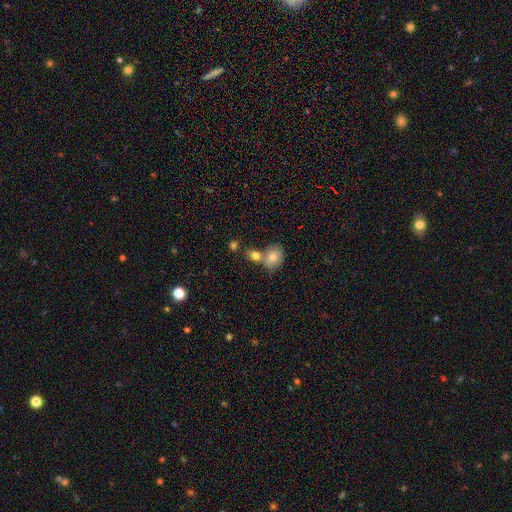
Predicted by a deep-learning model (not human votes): This appears to be a smooth galaxy with no disk features (59%) that is round (52%). Merging: none (52%).